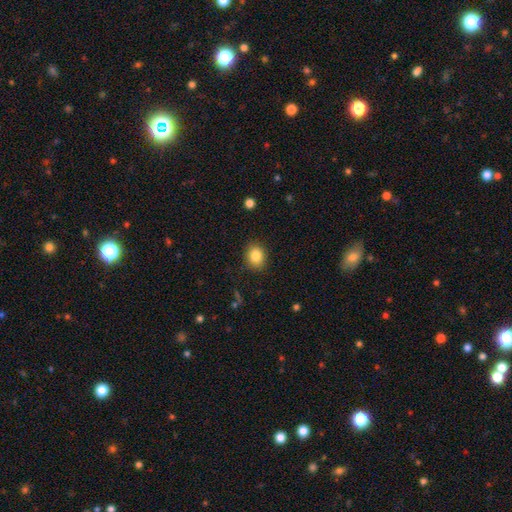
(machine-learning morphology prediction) This is clearly a smooth galaxy (84%). How rounded: likely round (63%). Merging: clearly none (87%).